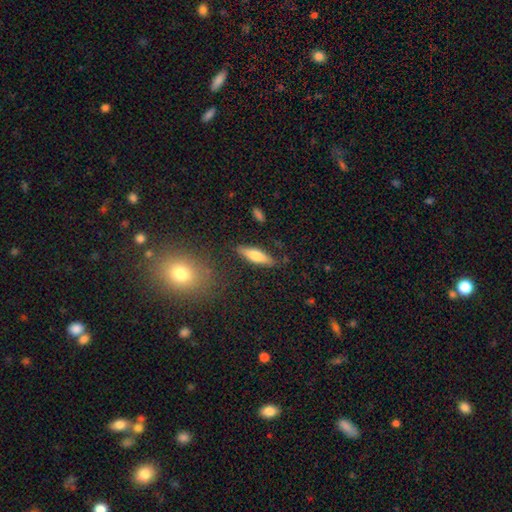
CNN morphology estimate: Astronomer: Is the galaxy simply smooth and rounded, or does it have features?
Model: smooth — 66%.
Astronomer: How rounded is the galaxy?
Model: cigar-shaped — 62%.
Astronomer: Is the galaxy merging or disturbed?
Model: none — 84%.